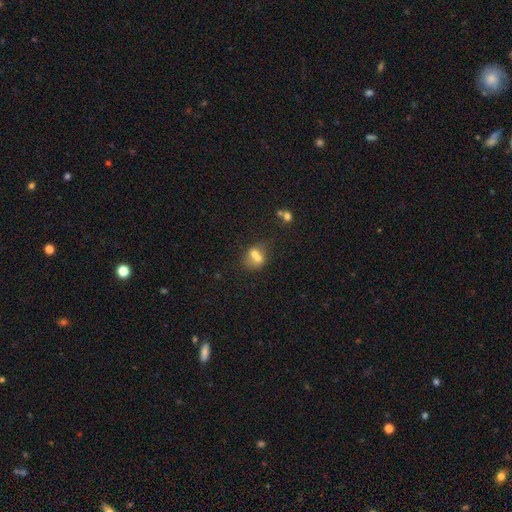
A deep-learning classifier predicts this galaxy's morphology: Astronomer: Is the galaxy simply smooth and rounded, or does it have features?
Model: smooth — 64%.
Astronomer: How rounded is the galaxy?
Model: round — 56% (runner-up: in between, 42%).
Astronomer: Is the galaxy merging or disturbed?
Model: merger — 58%.